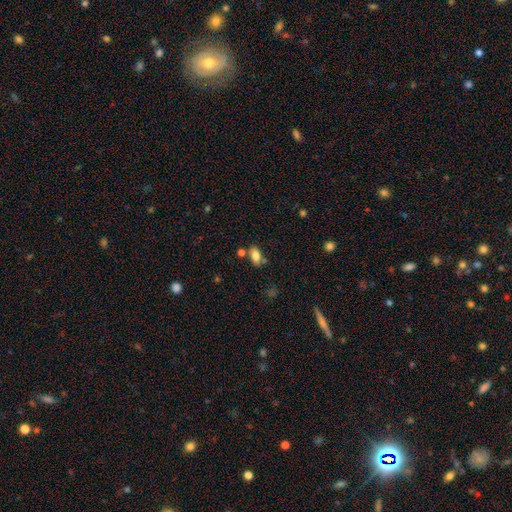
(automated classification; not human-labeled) smooth-or-featured: smooth: 79% | featured or disk: 12% | star or artifact: 8%
  how-rounded: in between: 88% | cigar-shaped: 6% | round: 6%
  merging: none: 69% | minor disturbance: 15% | merger: 12% | major disturbance: 4%